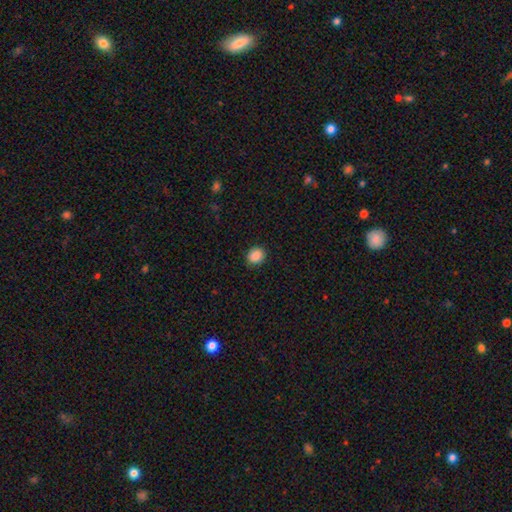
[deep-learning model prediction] This appears to be a smooth galaxy with no disk features (88%) that is round (62%). Merging: none (89%).